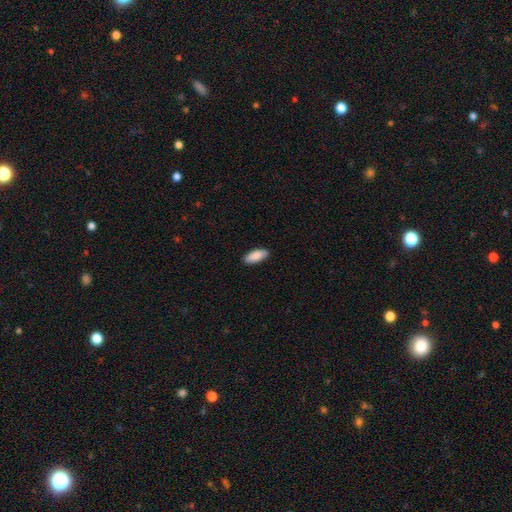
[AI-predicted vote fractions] smooth-or-featured: smooth: 90% | star or artifact: 6% | featured or disk: 5%
  how-rounded: in between: 82% | cigar-shaped: 16% | round: 2%
  merging: none: 88% | minor disturbance: 9% | major disturbance: 2% | merger: 1%